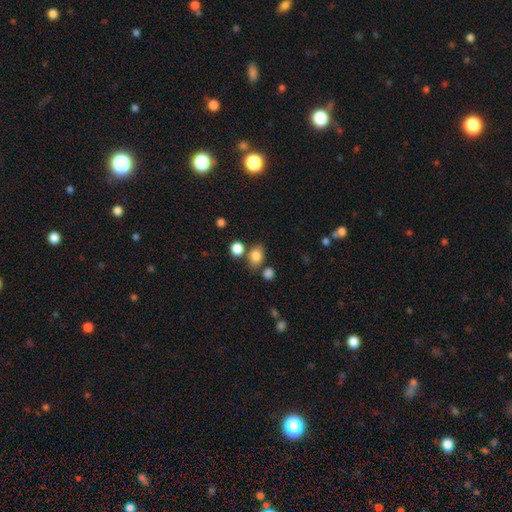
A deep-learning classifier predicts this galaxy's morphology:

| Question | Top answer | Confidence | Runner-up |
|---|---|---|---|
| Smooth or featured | smooth | 82% | star or artifact (11%) |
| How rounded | in between | 65% | round (34%) |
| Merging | none | 69% | merger (13%) |